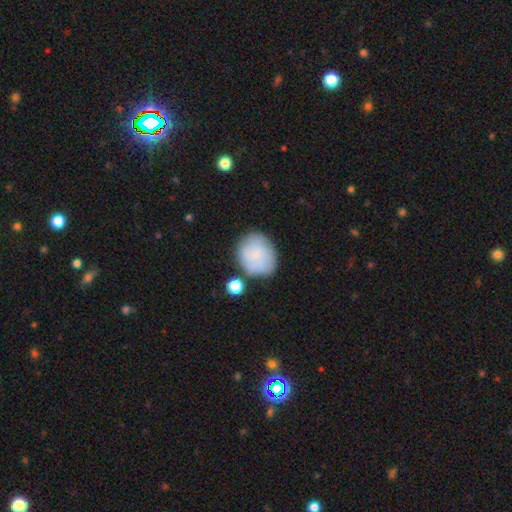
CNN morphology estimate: smooth 69%, featured or disk 23%, star or artifact 8%. Down the decision tree: how rounded — round (68%); merging — none (63%).